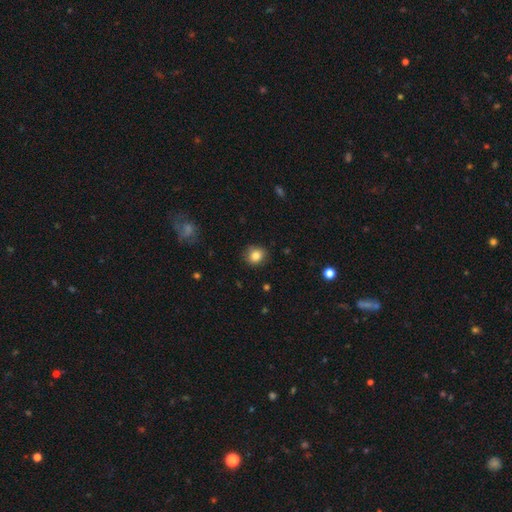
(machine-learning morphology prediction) smooth_or_featured: smooth (p=0.83) [alt: star or artifact p=0.10]
how_rounded: round (p=0.77) [alt: in between p=0.22]
merging: none (p=0.85) [alt: minor disturbance p=0.11]